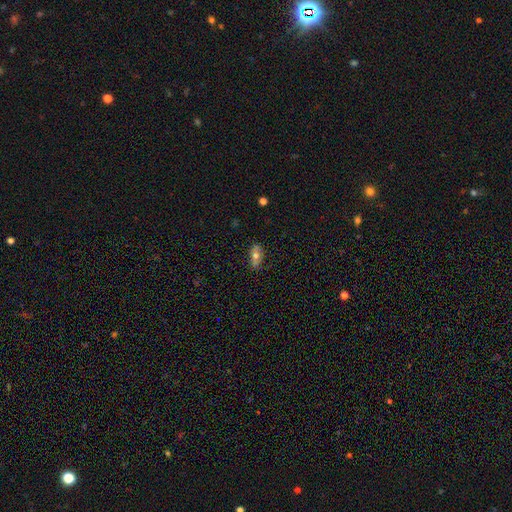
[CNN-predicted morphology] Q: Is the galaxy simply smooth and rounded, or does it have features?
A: smooth — 63%.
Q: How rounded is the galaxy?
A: in between — 85%.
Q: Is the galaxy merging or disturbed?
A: none — 75%.